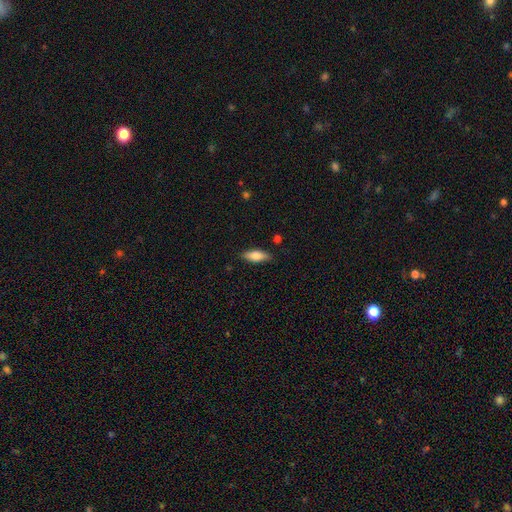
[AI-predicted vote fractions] smooth-or-featured: smooth: 78% | featured or disk: 16% | star or artifact: 7%
  how-rounded: in between: 68% | cigar-shaped: 29% | round: 2%
  merging: none: 84% | minor disturbance: 12% | major disturbance: 3% | merger: 2%